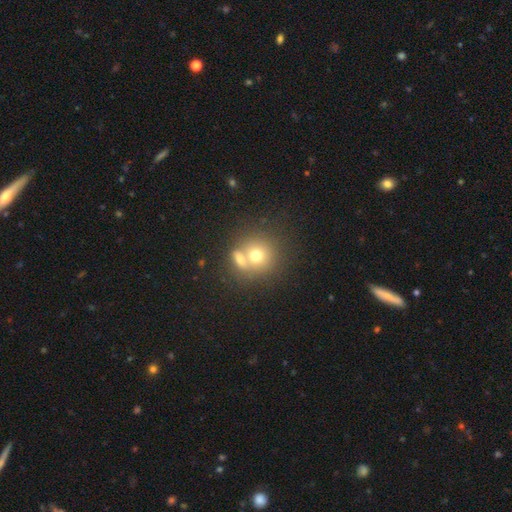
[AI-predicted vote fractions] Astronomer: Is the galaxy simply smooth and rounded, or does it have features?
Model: smooth — 69%.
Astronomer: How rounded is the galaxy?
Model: round — 85%.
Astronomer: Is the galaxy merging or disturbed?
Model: merger — 49% (runner-up: none, 40%).